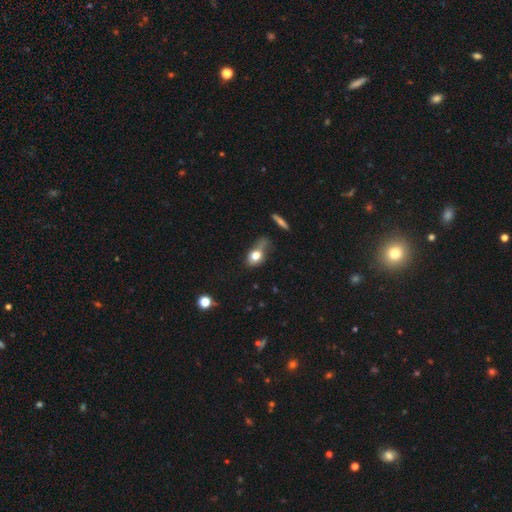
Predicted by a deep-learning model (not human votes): This is likely a smooth galaxy (73%). How rounded: likely in between (66%). Merging: marginally none (32%).